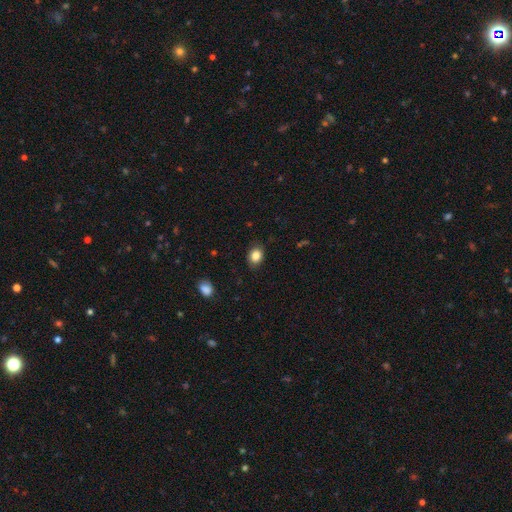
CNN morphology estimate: This is clearly a smooth galaxy (84%). How rounded: possibly in between (53%). Merging: clearly none (85%).